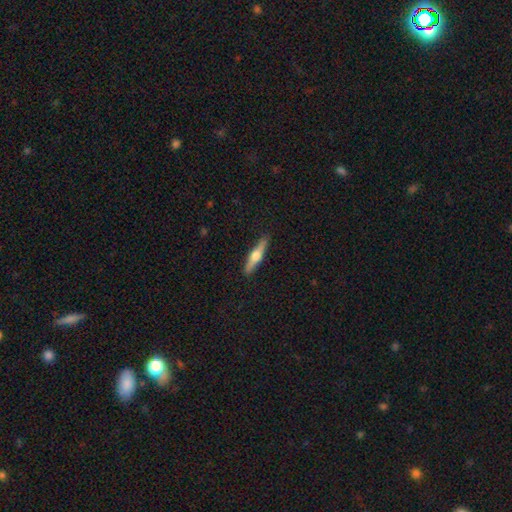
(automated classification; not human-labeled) This appears to be a featured or disk galaxy (59%) viewed edge-on (97%) with a rounded central bulge (93%). Merging: none (90%).